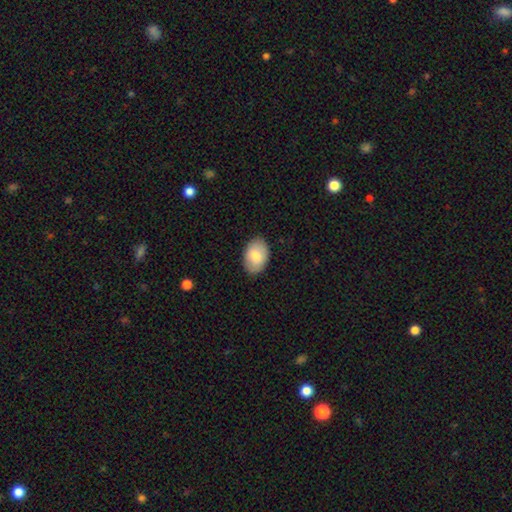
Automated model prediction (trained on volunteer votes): Morphology: type=smooth (80%); roundness=in between (88%); merging=none (87%).